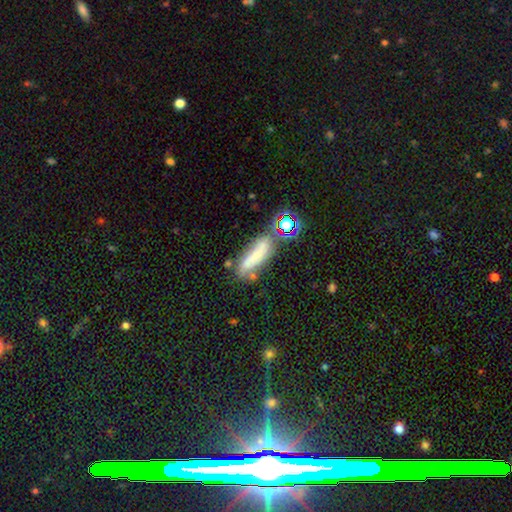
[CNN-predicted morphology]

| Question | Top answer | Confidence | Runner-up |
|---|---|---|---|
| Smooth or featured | smooth | 52% | featured or disk (30%) |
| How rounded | cigar-shaped | 56% | in between (38%) |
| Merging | none | 54% | minor disturbance (21%) |